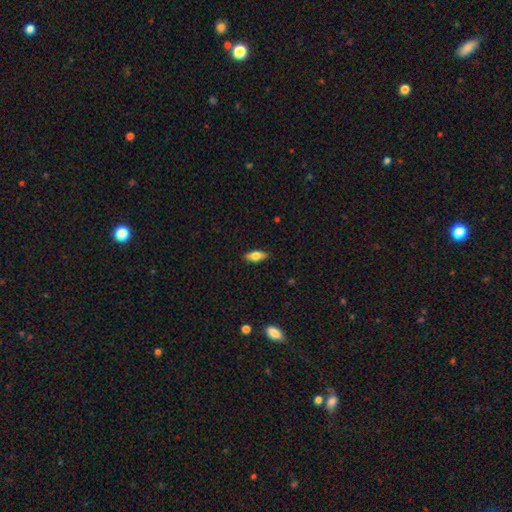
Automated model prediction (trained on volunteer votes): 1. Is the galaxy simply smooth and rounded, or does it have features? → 72% smooth, 21% featured or disk, 7% star or artifact.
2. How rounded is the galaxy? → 75% in between, 22% cigar-shaped, 3% round.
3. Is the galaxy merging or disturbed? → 88% none, 10% minor disturbance, 2% major disturbance, 1% merger.